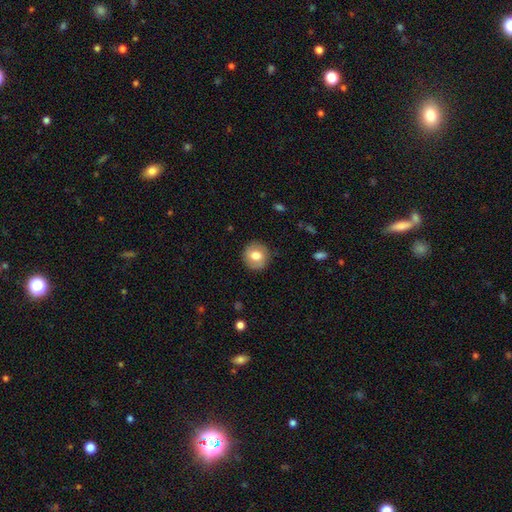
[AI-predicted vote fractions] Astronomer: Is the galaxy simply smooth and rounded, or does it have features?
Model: smooth — 73%.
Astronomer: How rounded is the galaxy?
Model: round — 89%.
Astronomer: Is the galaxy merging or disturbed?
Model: none — 87%.